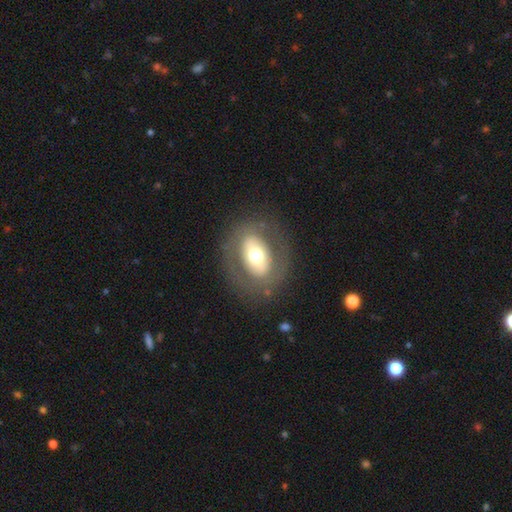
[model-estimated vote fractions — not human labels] This appears to be a smooth galaxy with no disk features (47%). Merging: none (79%).